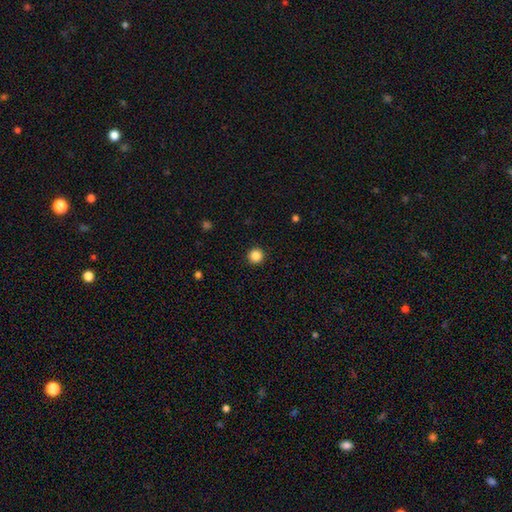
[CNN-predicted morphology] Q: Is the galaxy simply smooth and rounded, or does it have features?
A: smooth — 86%.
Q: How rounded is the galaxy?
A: round — 95%.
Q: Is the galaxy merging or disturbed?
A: none — 93%.